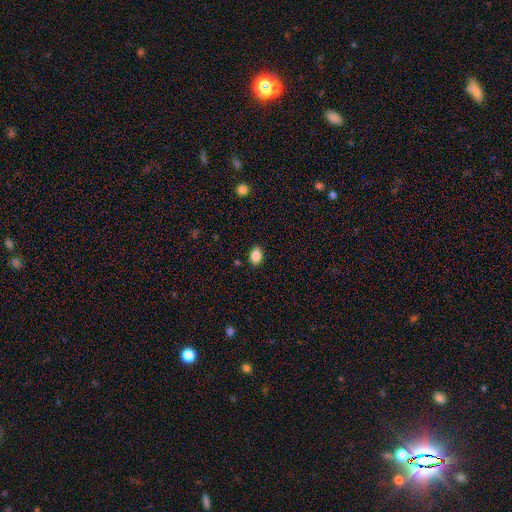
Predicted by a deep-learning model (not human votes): smooth-or-featured: smooth: 87% | star or artifact: 9% | featured or disk: 4%
  how-rounded: in between: 79% | round: 19% | cigar-shaped: 1%
  merging: none: 85% | minor disturbance: 11% | major disturbance: 2% | merger: 1%